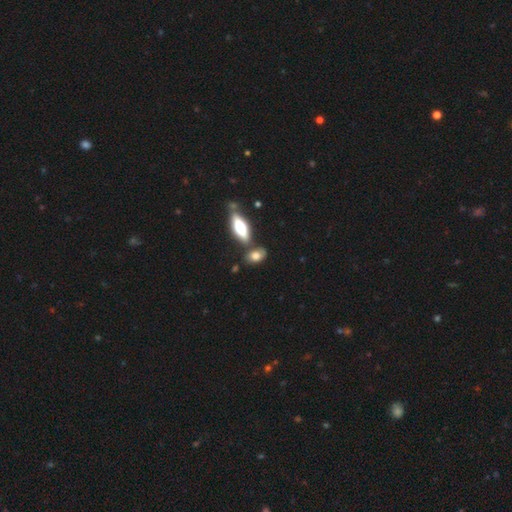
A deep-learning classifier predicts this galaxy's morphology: Overall: smooth (73%). How rounded: in between (79%). Merging: none (59%).